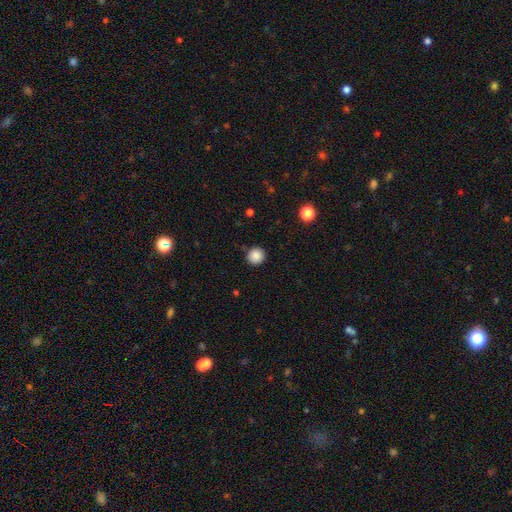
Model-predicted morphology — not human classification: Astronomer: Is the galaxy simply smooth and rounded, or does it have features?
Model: smooth — 88%.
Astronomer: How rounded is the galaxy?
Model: round — 92%.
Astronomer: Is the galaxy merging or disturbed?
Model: none — 90%.